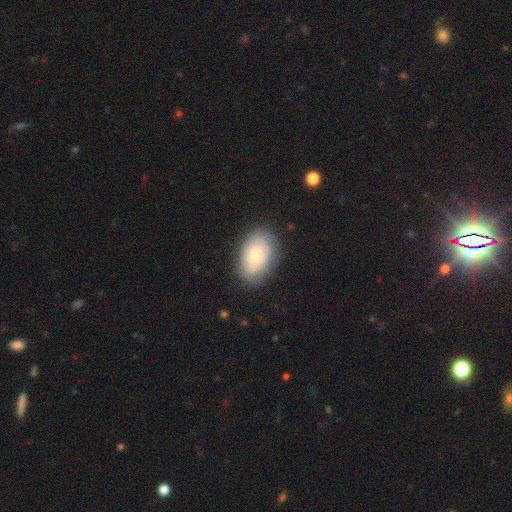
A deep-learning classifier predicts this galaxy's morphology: Smooth or featured?
  - smooth: 64% *
  - featured or disk: 29%
  - star or artifact: 7%
How rounded?
  - in between: 89% *
  - round: 9%
  - cigar-shaped: 1%
Merging?
  - none: 80% *
  - minor disturbance: 15%
  - major disturbance: 4%
  - merger: 1%